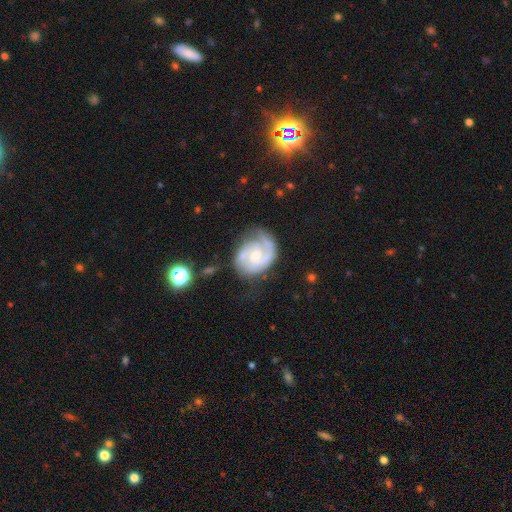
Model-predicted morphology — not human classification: type=featured or disk (86%); edge-on=no (98%); bar=no (58%); spiral arms=yes (96%); winding=tight (48%); arm count=2 (67%); bulge=moderate (48%); merging=none (63%).